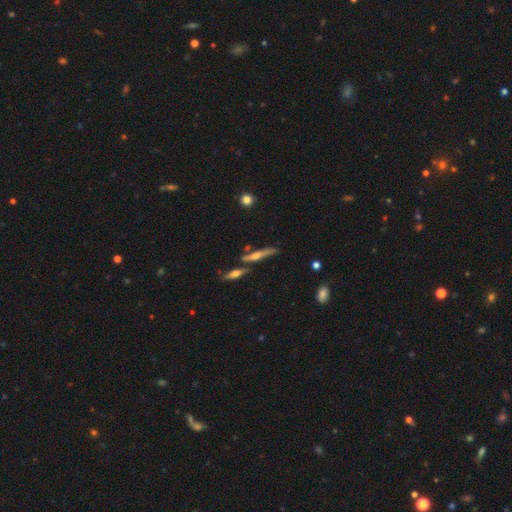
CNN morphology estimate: This appears to be a featured or disk galaxy (66%) viewed edge-on (91%) with a rounded central bulge (82%). Merging: none (62%).